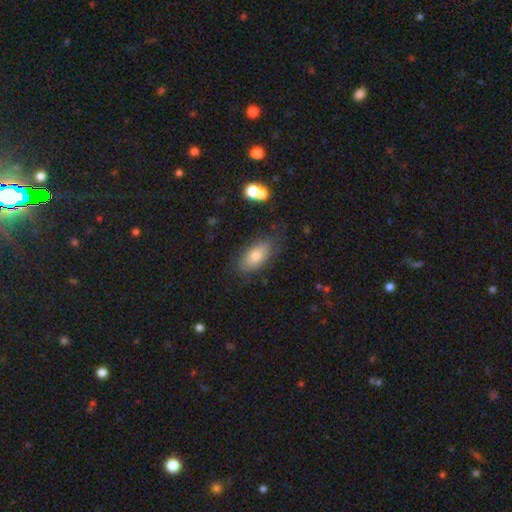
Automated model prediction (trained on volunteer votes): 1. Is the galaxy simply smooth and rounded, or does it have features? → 74% smooth, 18% featured or disk, 8% star or artifact.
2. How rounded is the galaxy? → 88% in between, 8% cigar-shaped, 4% round.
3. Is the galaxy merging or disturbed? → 75% none, 17% minor disturbance, 5% major disturbance, 3% merger.